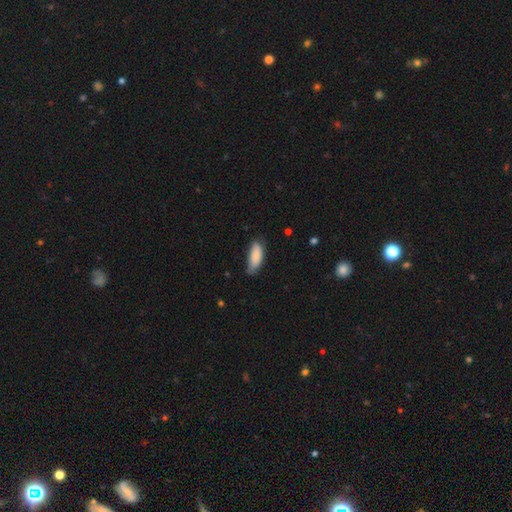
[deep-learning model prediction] The model was most divided on "merging": none: 64%, minor disturbance: 29%, major disturbance: 5%, merger: 2%. More confident: smooth or featured — smooth (87%); how rounded — in between (72%).